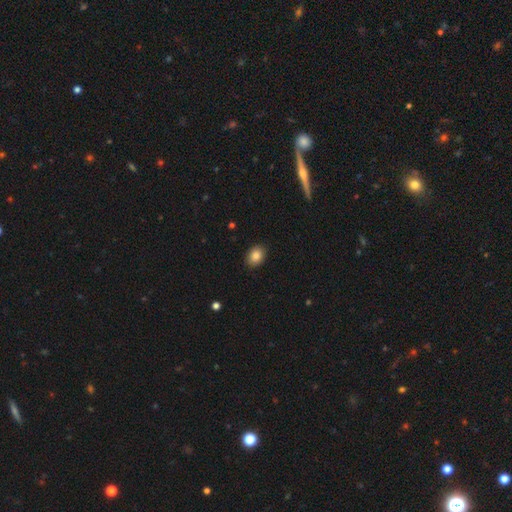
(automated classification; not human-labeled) Morphology: type=smooth (85%); roundness=in between (68%); merging=none (89%).